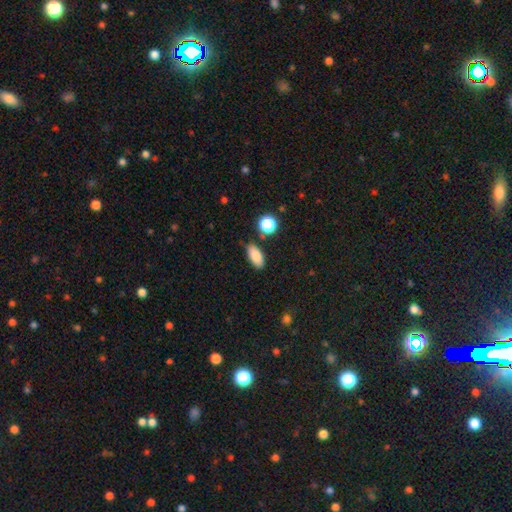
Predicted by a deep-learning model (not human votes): The model was most divided on "merging": none: 81%, minor disturbance: 12%, merger: 4%, major disturbance: 3%. More confident: how rounded — in between (88%); smooth or featured — smooth (84%).